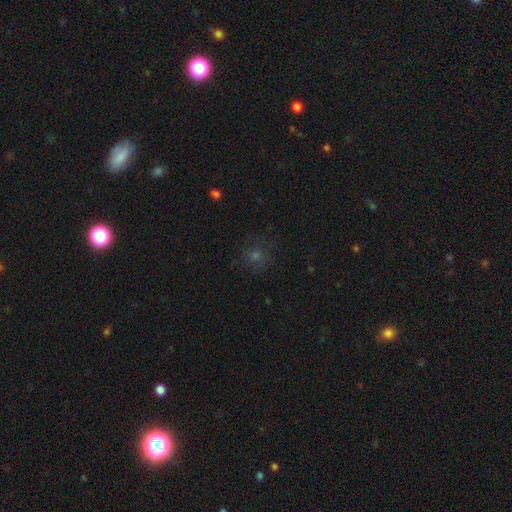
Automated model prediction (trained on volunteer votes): smooth_or_featured: smooth (p=0.53) [alt: star or artifact p=0.36]
how_rounded: round (p=0.91) [alt: in between p=0.08]
merging: none (p=0.84) [alt: minor disturbance p=0.10]